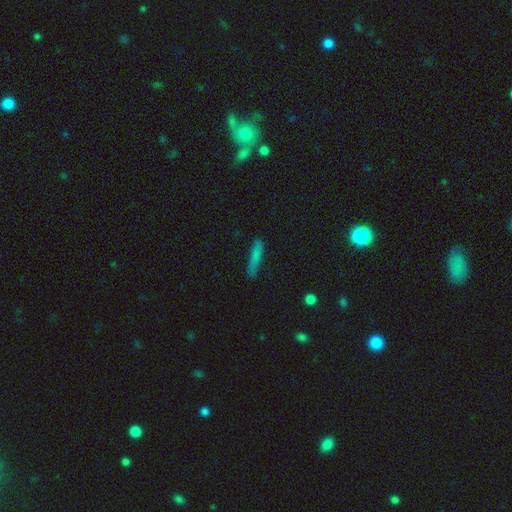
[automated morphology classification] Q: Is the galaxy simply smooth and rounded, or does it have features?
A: smooth — 76%.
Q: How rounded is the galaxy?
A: cigar-shaped — 89%.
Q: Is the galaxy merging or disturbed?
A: none — 79%.